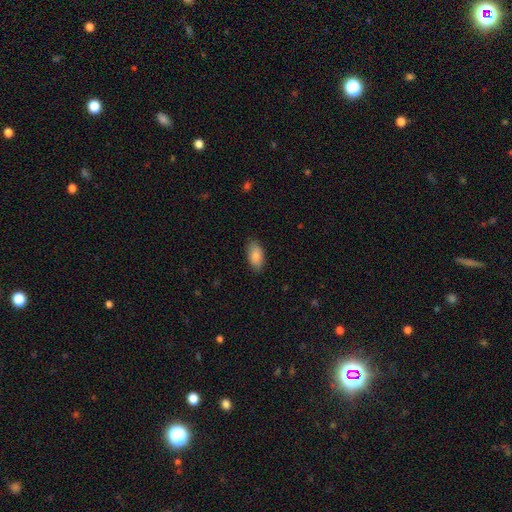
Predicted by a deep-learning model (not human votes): Smooth or featured? Predicted: smooth (p=0.88). How rounded? Predicted: in between (p=0.93). Merging? Predicted: none (p=0.85).